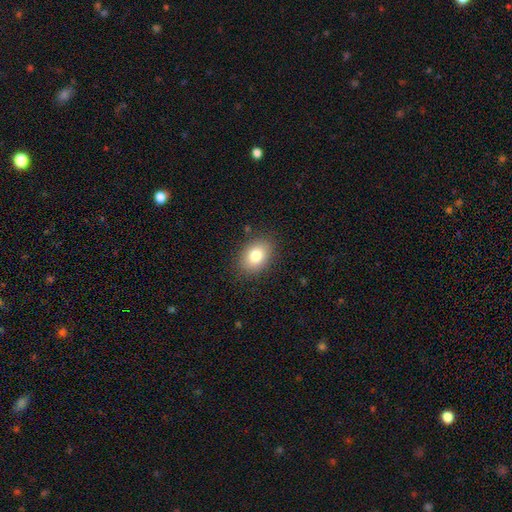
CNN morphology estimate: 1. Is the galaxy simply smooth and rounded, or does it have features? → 81% smooth, 10% featured or disk, 9% star or artifact.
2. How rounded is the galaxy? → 73% in between, 26% round, 1% cigar-shaped.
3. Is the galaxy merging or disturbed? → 86% none, 10% minor disturbance, 3% major disturbance, 1% merger.